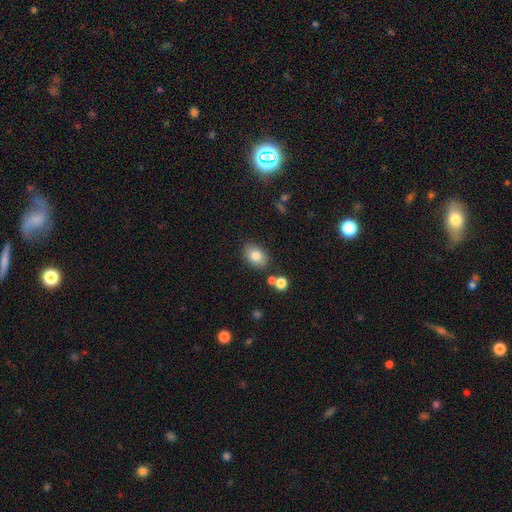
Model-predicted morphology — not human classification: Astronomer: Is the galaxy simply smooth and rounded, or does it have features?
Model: smooth — 81%.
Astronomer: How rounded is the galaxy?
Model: in between — 80%.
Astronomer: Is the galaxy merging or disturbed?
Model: none — 81%.